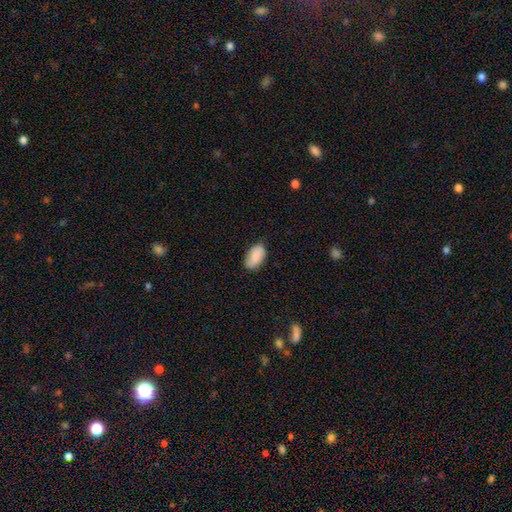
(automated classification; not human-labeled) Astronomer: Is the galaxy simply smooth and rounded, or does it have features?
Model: smooth — 87%.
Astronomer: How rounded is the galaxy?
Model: in between — 94%.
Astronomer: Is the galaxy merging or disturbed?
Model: none — 74%.